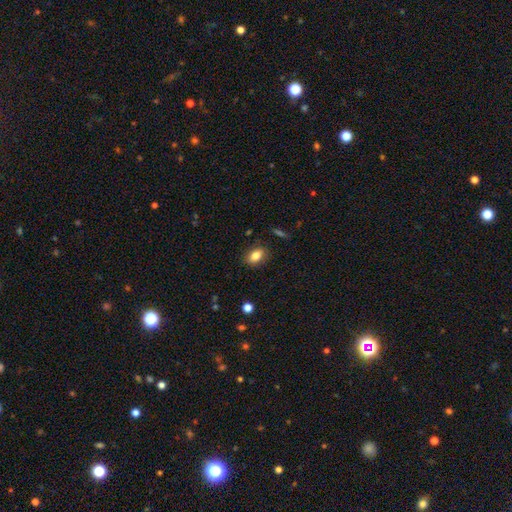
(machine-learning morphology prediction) Smooth or featured?
  - smooth: 82% *
  - featured or disk: 9%
  - star or artifact: 9%
How rounded?
  - in between: 84% *
  - round: 13%
  - cigar-shaped: 3%
Merging?
  - none: 85% *
  - minor disturbance: 11%
  - major disturbance: 3%
  - merger: 1%